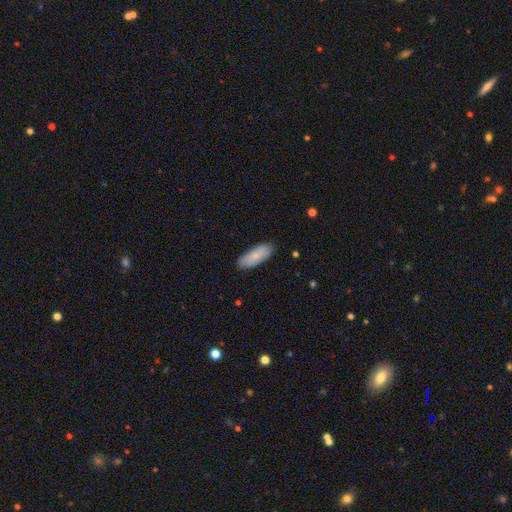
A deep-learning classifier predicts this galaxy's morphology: Smooth or featured? Predicted: smooth (p=0.83). How rounded? Predicted: in between (p=0.73). Merging? Predicted: none (p=0.88).